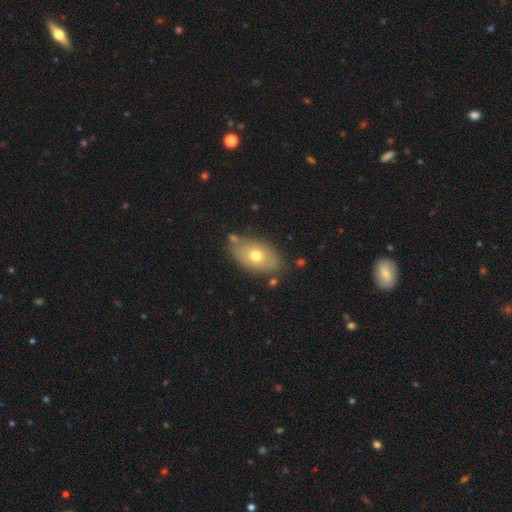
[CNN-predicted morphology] A smooth galaxy with no disk features (67%) that is in between round and cigar-shaped (90%). Merging: none (73%).